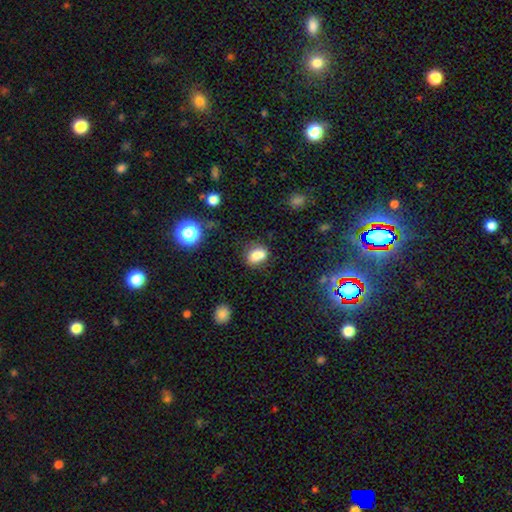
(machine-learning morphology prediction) smooth-or-featured: smooth: 74% | featured or disk: 13% | star or artifact: 13%
  how-rounded: in between: 54% | round: 45% | cigar-shaped: 1%
  merging: merger: 41% | none: 40% | minor disturbance: 14% | major disturbance: 5%